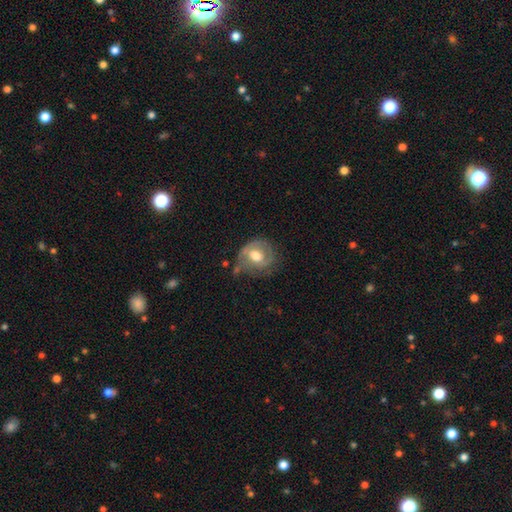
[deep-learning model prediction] Overall: featured or disk (61%; smooth 33%). Edge-on disk: no (97%). Bar: no (52%; weak 39%). Spiral arms: yes (72%). Bulge size: moderate (66%). Merging: none (51%; minor disturbance 28%).